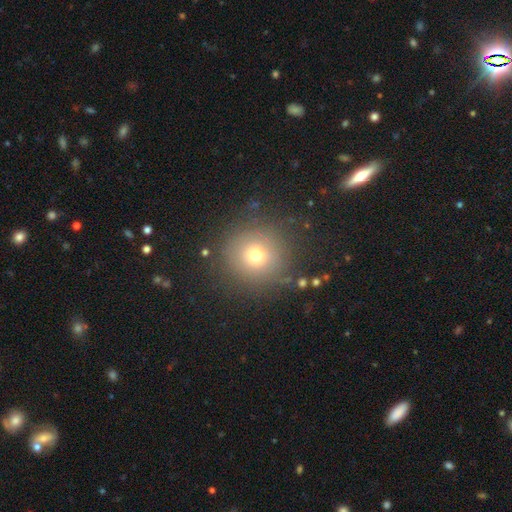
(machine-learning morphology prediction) Smooth or featured? smooth (70%)
How rounded? round (94%)
Merging? none (83%)